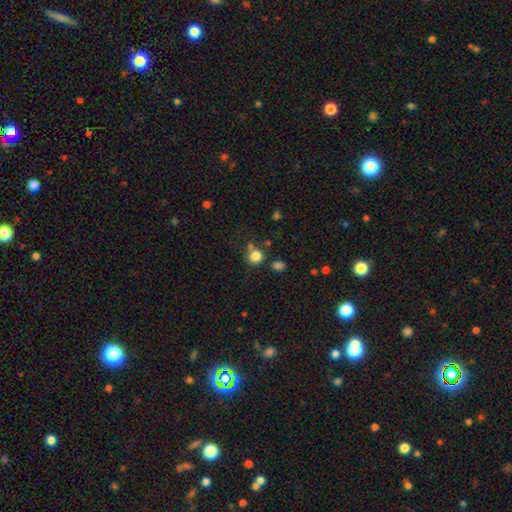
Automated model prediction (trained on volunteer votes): The model was most divided on "merging": none: 64%, merger: 15%, minor disturbance: 15%, major disturbance: 6%. More confident: how rounded — round (87%); smooth or featured — smooth (82%).